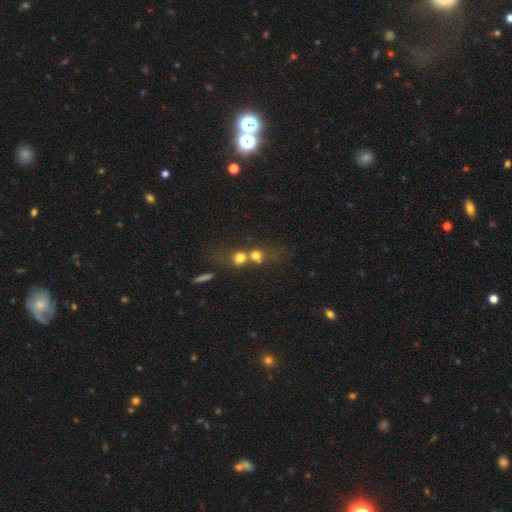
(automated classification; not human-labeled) Smooth or featured? smooth (69%)
How rounded? round (74%)
Merging? merger (59%)